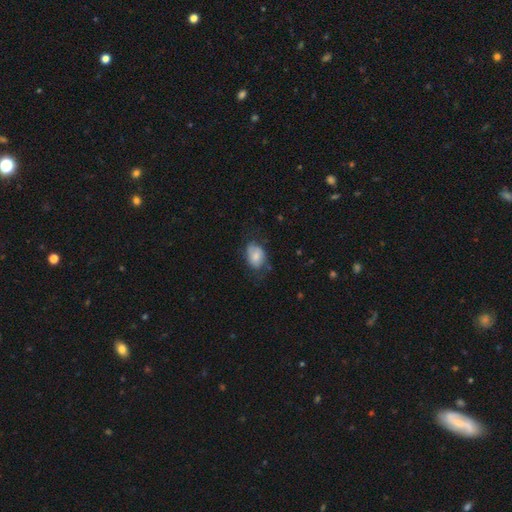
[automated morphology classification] smooth 69%, featured or disk 24%, star or artifact 8%. Down the decision tree: how rounded — in between (81%); merging — none (56%).